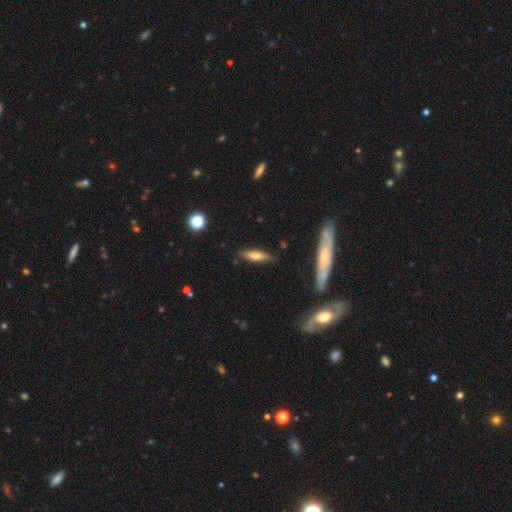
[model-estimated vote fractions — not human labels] Smooth or featured?
  - smooth: 57% *
  - featured or disk: 37%
  - star or artifact: 7%
How rounded?
  - cigar-shaped: 74% *
  - in between: 24%
  - round: 2%
Merging?
  - none: 84% *
  - minor disturbance: 11%
  - major disturbance: 2%
  - merger: 2%